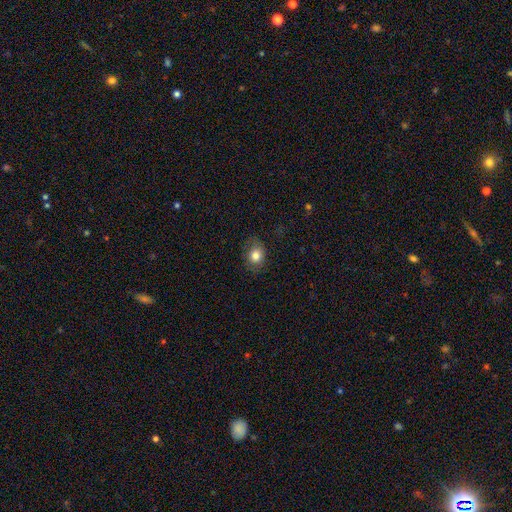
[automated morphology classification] Smooth or featured? Predicted: smooth (p=0.80). How rounded? Predicted: round (p=0.56). Merging? Predicted: none (p=0.75).